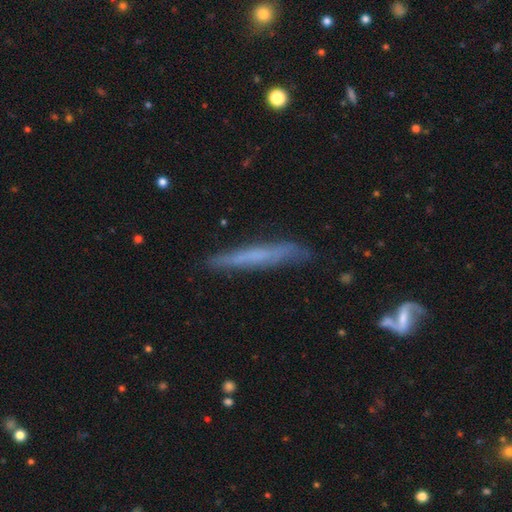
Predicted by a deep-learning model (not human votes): Smooth or featured?
  - featured or disk: 46% * (tied)
  - smooth: 46% * (tied)
  - star or artifact: 8%
Merging?
  - none: 82% *
  - minor disturbance: 13%
  - major disturbance: 2%
  - merger: 2%